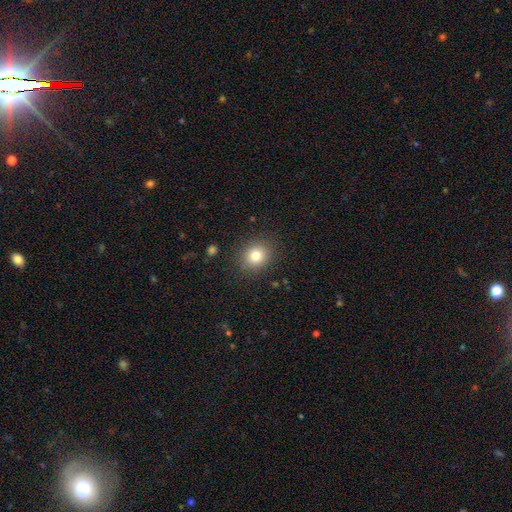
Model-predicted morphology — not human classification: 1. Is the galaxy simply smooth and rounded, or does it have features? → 80% smooth, 11% star or artifact, 8% featured or disk.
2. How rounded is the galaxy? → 73% round, 26% in between, 1% cigar-shaped.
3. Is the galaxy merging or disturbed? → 87% none, 9% minor disturbance, 3% major disturbance, 1% merger.